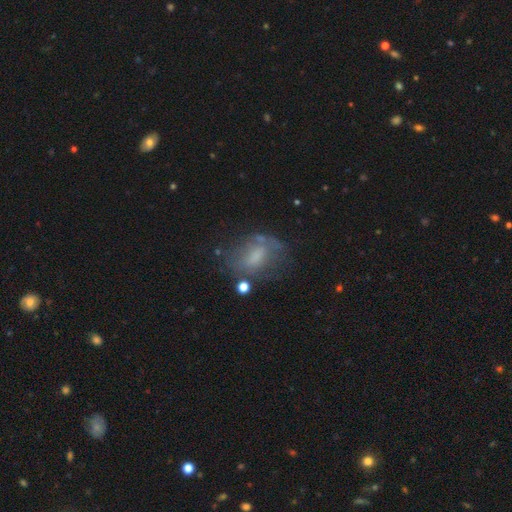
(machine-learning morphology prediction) type=smooth (46%); merging=none (50%).